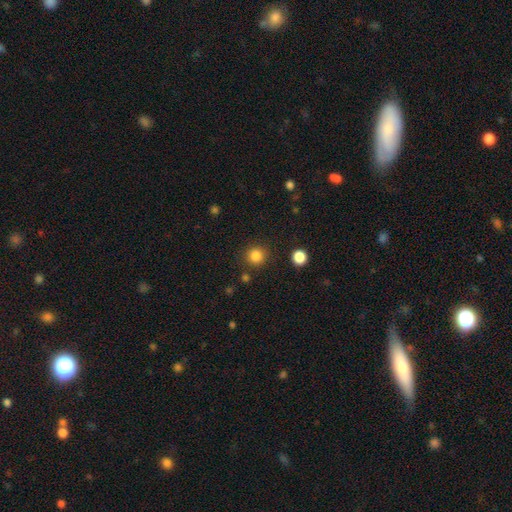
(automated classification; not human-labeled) Morphology: type=smooth (84%); roundness=round (93%); merging=none (88%).